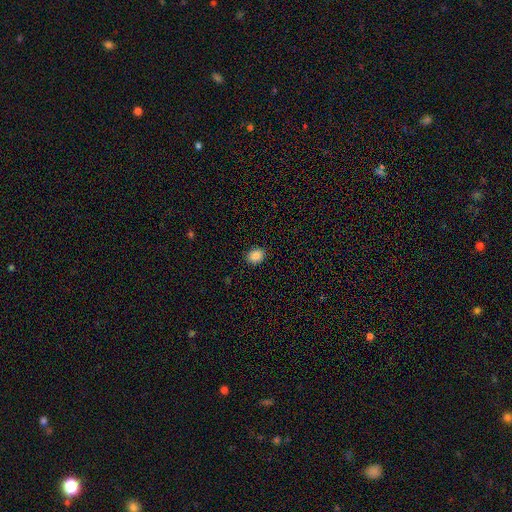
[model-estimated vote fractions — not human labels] This is clearly a smooth galaxy (86%). How rounded: possibly in between (50%). Merging: clearly none (90%).